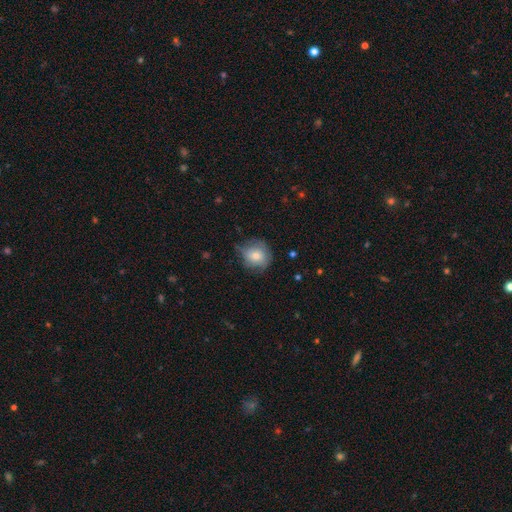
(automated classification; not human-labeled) A smooth galaxy with no disk features (65%) that is round (84%).

Vote fractions:
- Smooth or featured? smooth: 65% / featured or disk: 27% / star or artifact: 8%
- How rounded? round: 84% / in between: 15% / cigar-shaped: 1%
- Merging? none: 62% / minor disturbance: 28% / major disturbance: 9% / merger: 1%